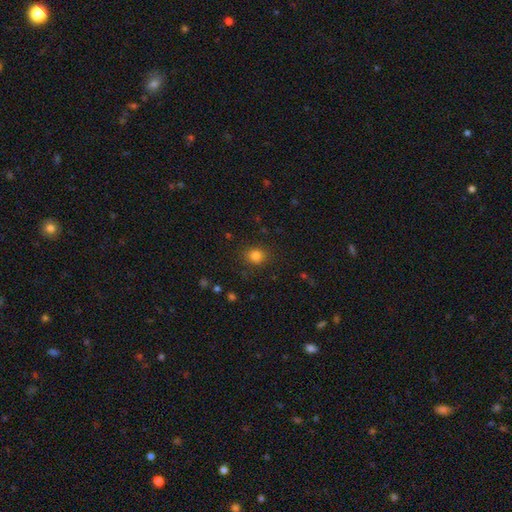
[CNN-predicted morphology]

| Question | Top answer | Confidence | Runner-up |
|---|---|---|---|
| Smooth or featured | smooth | 82% | star or artifact (13%) |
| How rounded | round | 77% | in between (22%) |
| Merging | none | 86% | minor disturbance (10%) |